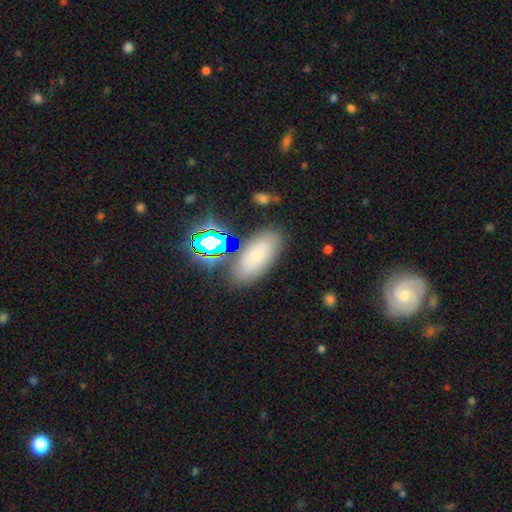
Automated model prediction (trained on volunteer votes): The model was most divided on "smooth or featured": smooth: 61%, star or artifact: 23%, featured or disk: 15%. More confident: how rounded — in between (85%); merging — none (77%).